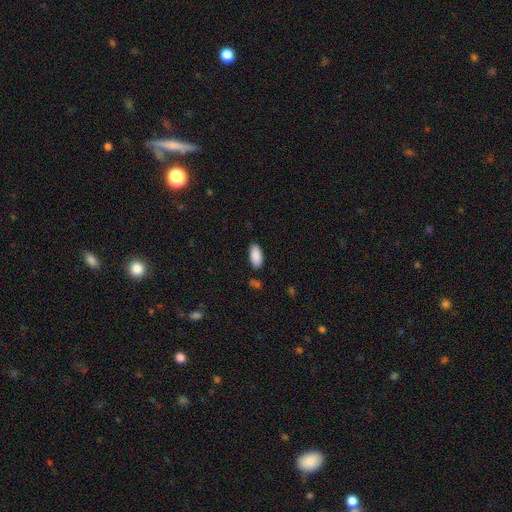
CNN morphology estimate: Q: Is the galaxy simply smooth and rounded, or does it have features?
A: smooth — 90%.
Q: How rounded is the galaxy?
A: in between — 92%.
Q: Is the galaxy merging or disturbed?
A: none — 85%.